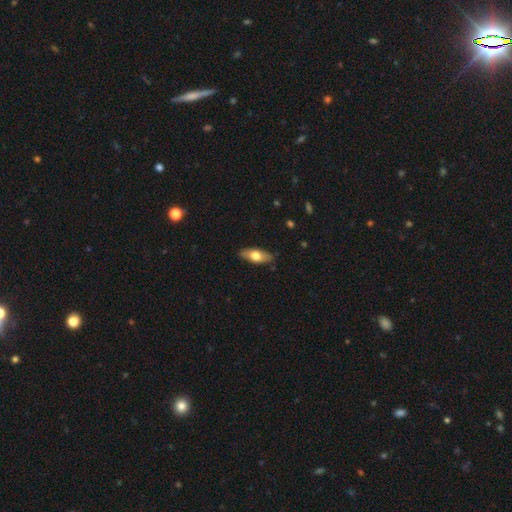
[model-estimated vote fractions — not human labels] The model was most divided on "smooth or featured": smooth: 63%, featured or disk: 31%, star or artifact: 6%. More confident: merging — none (85%); how rounded — in between (76%).